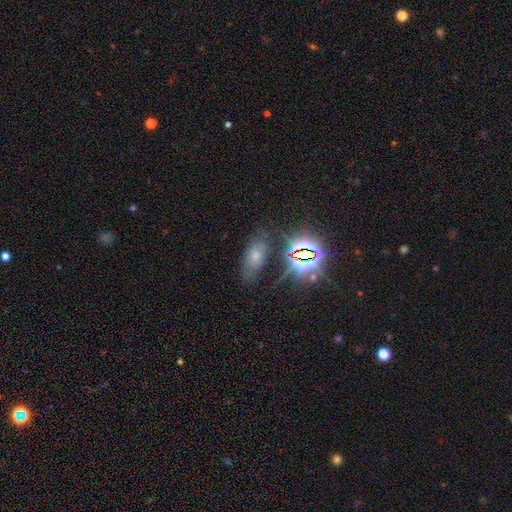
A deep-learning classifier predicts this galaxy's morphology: Overall: smooth (48%; star or artifact 31%). Merging: none (69%).